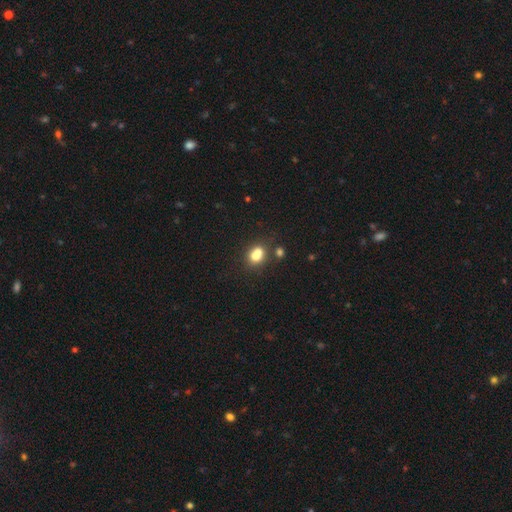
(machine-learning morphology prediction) A smooth galaxy with no disk features (73%) that is round (58%). Merging: merger (44%).